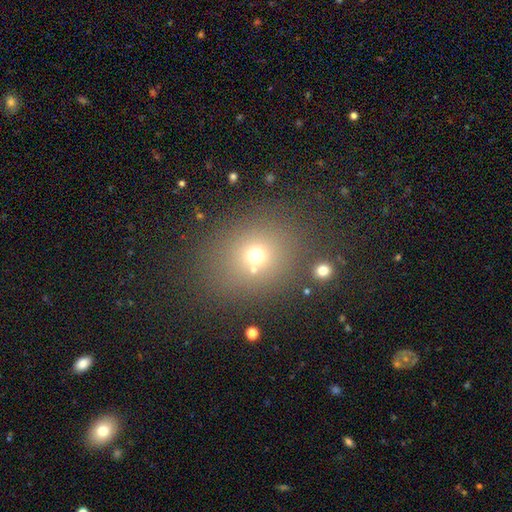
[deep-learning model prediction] A smooth galaxy with no disk features (66%) that is round (70%).

Vote fractions:
- Smooth or featured? smooth: 66% / star or artifact: 22% / featured or disk: 12%
- How rounded? round: 70% / in between: 29% / cigar-shaped: 1%
- Merging? none: 75% / minor disturbance: 11% / merger: 8% / major disturbance: 6%